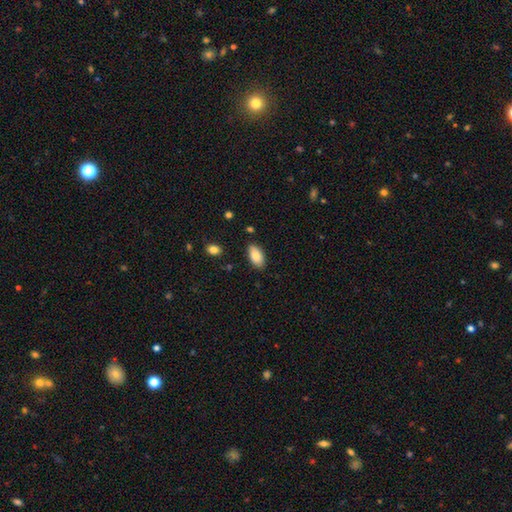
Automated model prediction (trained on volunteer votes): A smooth galaxy with no disk features (86%) that is in between round and cigar-shaped (94%). Merging: none (85%).